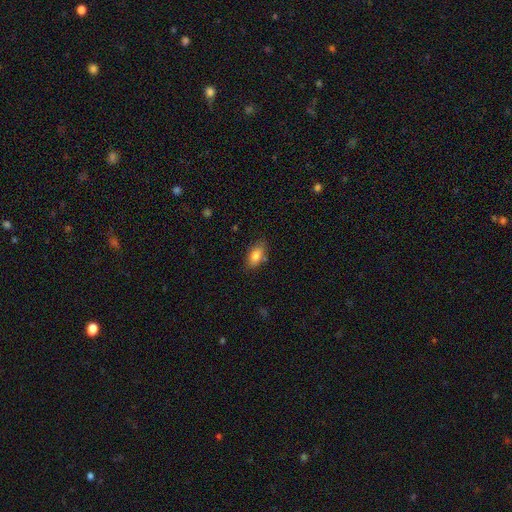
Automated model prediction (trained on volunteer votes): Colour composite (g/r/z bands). It shows a smooth galaxy with no disk features (83%) that is in between round and cigar-shaped (89%). Merging: none (77%).